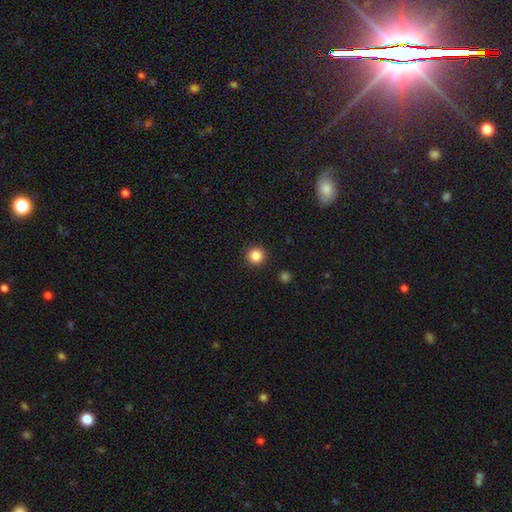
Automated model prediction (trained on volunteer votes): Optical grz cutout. It shows a smooth galaxy with no disk features (85%) that is round (95%). Merging: none (92%).